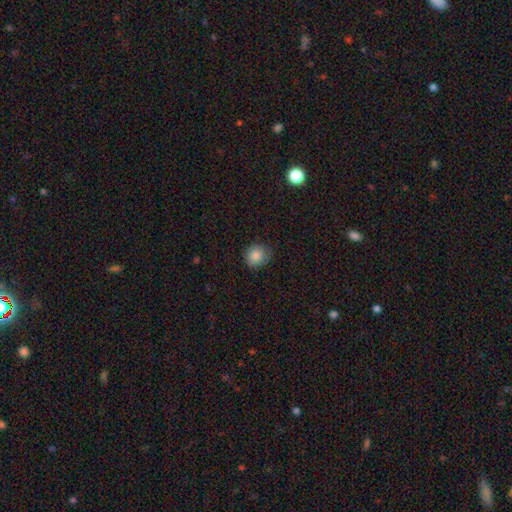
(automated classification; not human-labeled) smooth_or_featured: smooth (p=0.84) [alt: star or artifact p=0.09]
how_rounded: round (p=0.82) [alt: in between p=0.18]
merging: none (p=0.74) [alt: minor disturbance p=0.21]